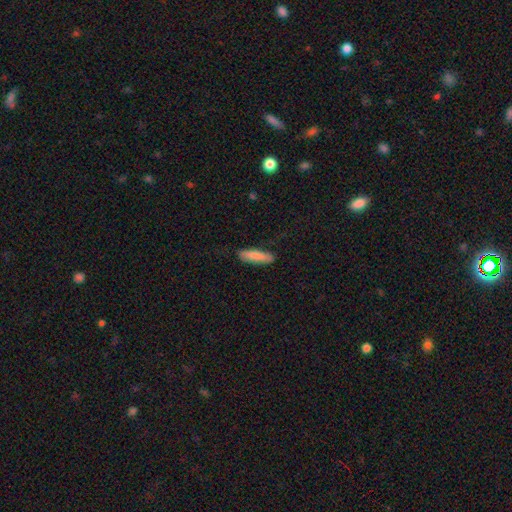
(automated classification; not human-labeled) smooth_or_featured: smooth (p=0.84) [alt: featured or disk p=0.11]
how_rounded: cigar-shaped (p=0.73) [alt: in between p=0.25]
merging: none (p=0.84) [alt: minor disturbance p=0.12]